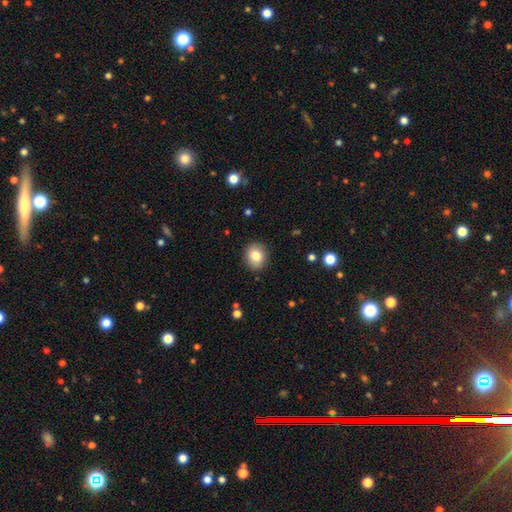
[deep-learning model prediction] Q: Smooth or featured?
A: smooth (82%); runner-up: star or artifact (9%)
Q: How rounded?
A: round (64%); runner-up: in between (35%)
Q: Merging?
A: none (88%); runner-up: minor disturbance (9%)